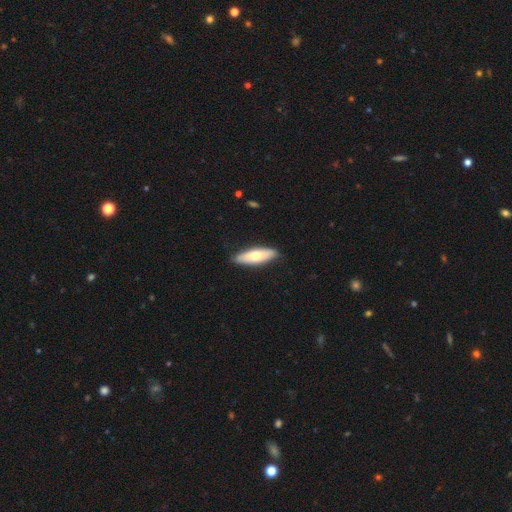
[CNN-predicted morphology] Overall: smooth (68%). How rounded: in between (53%; cigar-shaped 45%). Merging: none (87%).